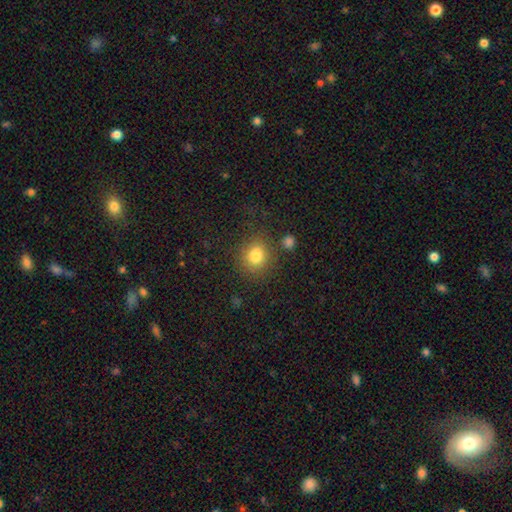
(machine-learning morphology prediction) The model was most divided on "how rounded": round: 71%, in between: 28%, cigar-shaped: 1%. More confident: smooth or featured — smooth (80%); merging — none (77%).